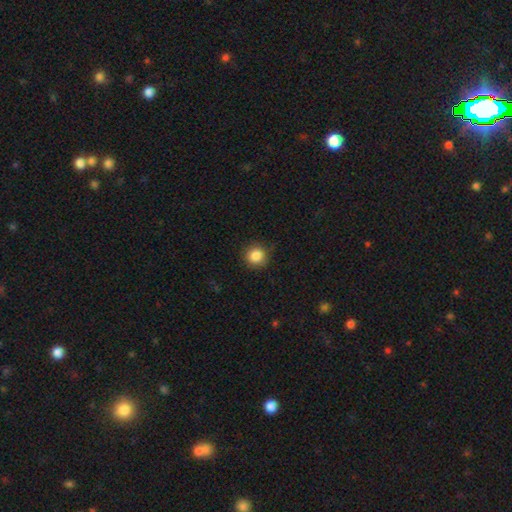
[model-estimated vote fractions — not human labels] Morphology: type=smooth (86%); roundness=round (93%); merging=none (86%).